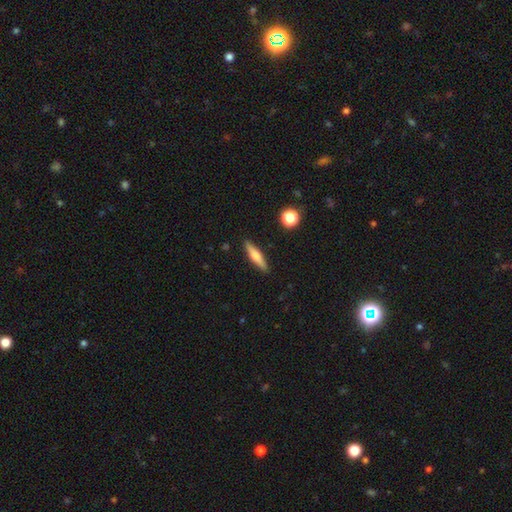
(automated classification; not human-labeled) smooth-or-featured: smooth: 60% | featured or disk: 34% | star or artifact: 7%
  how-rounded: cigar-shaped: 83% | in between: 15% | round: 2%
  merging: none: 89% | minor disturbance: 8% | major disturbance: 2% | merger: 1%